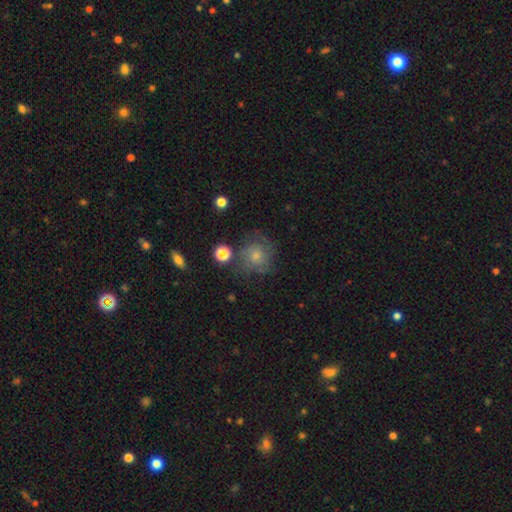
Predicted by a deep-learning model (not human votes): Smooth or featured? featured or disk (48%)
Merging? none (70%)